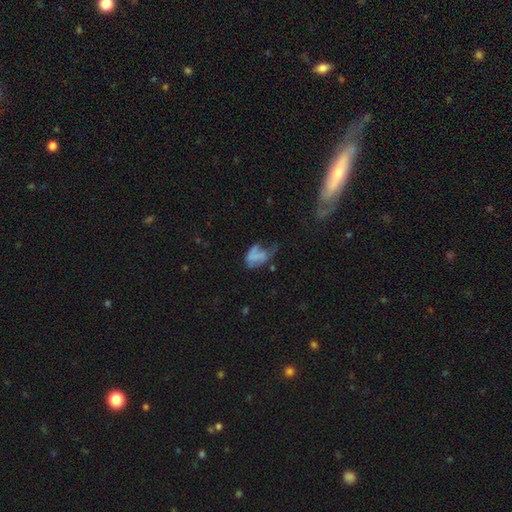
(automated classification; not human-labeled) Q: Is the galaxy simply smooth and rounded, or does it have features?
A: smooth — 53%.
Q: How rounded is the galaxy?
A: in between — 83%.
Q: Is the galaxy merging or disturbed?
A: major disturbance — 48%.